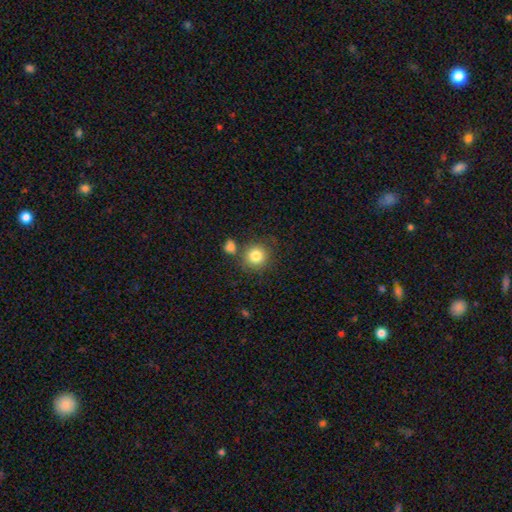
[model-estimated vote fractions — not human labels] Smooth or featured? Predicted: smooth (p=0.83). How rounded? Predicted: round (p=0.90). Merging? Predicted: none (p=0.72).